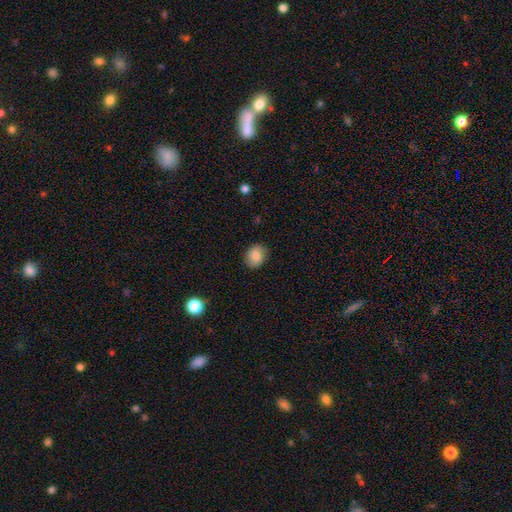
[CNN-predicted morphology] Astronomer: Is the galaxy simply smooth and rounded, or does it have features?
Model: smooth — 83%.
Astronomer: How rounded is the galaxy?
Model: round — 57% (runner-up: in between, 42%).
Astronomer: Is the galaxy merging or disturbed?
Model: none — 84%.